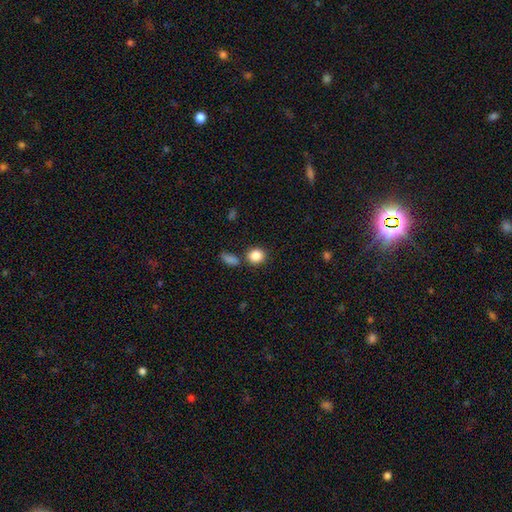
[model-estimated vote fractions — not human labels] Q: Smooth or featured?
A: smooth (86%); runner-up: star or artifact (9%)
Q: How rounded?
A: round (80%); runner-up: in between (19%)
Q: Merging?
A: none (76%); runner-up: merger (11%)